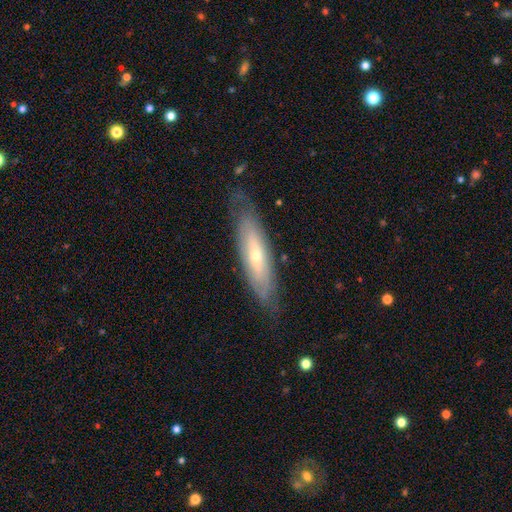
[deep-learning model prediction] smooth_or_featured: featured or disk (p=0.60) [alt: smooth p=0.33]
disk_edge_on: no (p=0.58) [alt: yes p=0.42]
merging: none (p=0.75) [alt: minor disturbance p=0.18]